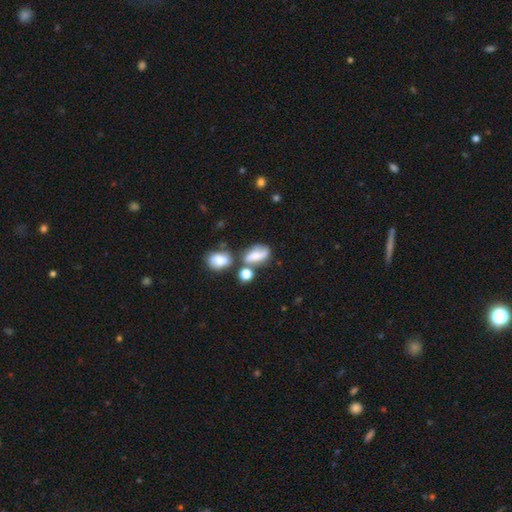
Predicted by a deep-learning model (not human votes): This is possibly a smooth galaxy (58%). How rounded: likely in between (76%). Merging: marginally none (38%).